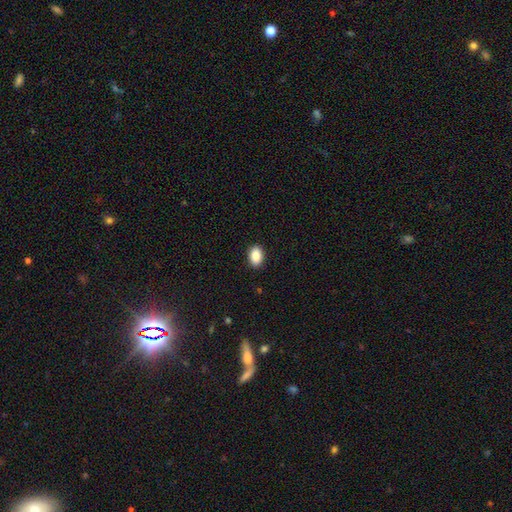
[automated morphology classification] This is clearly a smooth galaxy (88%). How rounded: clearly in between (85%). Merging: clearly none (90%).